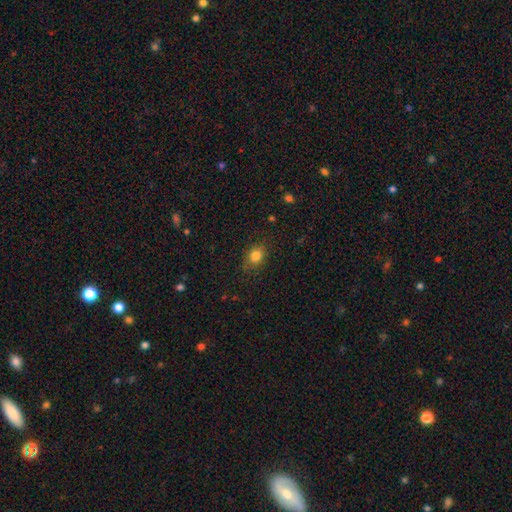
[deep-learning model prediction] Q: Smooth or featured?
A: smooth (82%); runner-up: star or artifact (11%)
Q: How rounded?
A: in between (50%); runner-up: round (49%)
Q: Merging?
A: none (81%); runner-up: minor disturbance (14%)